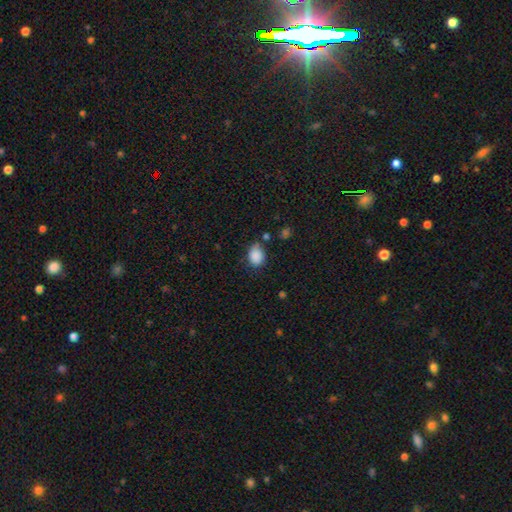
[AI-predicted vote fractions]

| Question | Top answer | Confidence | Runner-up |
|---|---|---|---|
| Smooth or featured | smooth | 87% | star or artifact (9%) |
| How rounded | in between | 59% | round (40%) |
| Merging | none | 60% | minor disturbance (28%) |